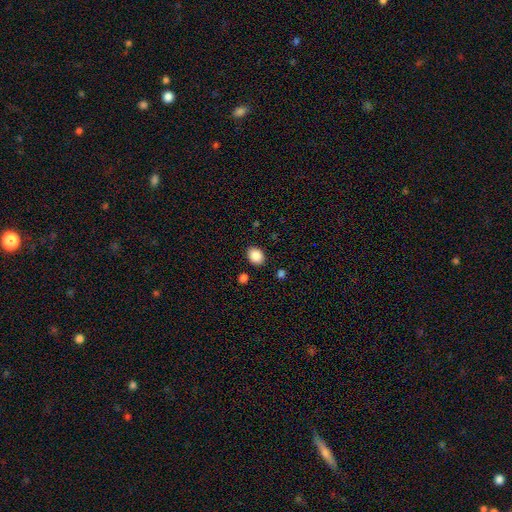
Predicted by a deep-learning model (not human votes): Smooth or featured?
  - smooth: 88% *
  - star or artifact: 9%
  - featured or disk: 3%
How rounded?
  - in between: 53% *
  - round: 46%
  - cigar-shaped: 1%
Merging?
  - none: 86% *
  - minor disturbance: 9%
  - merger: 3%
  - major disturbance: 3%